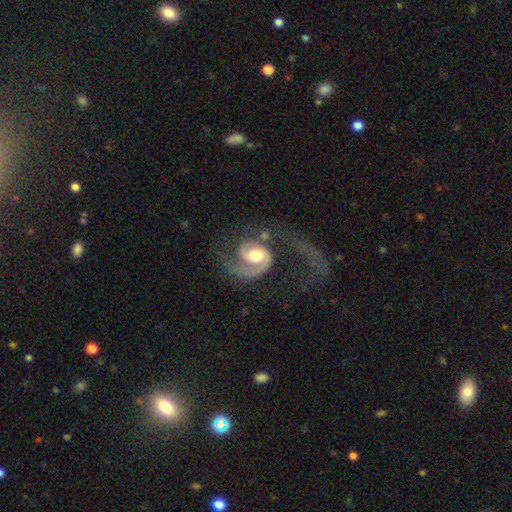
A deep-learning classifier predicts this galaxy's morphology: Smooth or featured? Predicted: featured or disk (p=0.87). Edge-on disk? Predicted: no (p=0.98). Bar? Predicted: no (p=0.60). Spiral arms? Predicted: yes (p=0.96). Spiral winding? Predicted: medium (p=0.44). Spiral arm count? Predicted: 2 (p=0.57). Bulge size? Predicted: moderate (p=0.62). Merging? Predicted: major disturbance (p=0.43).